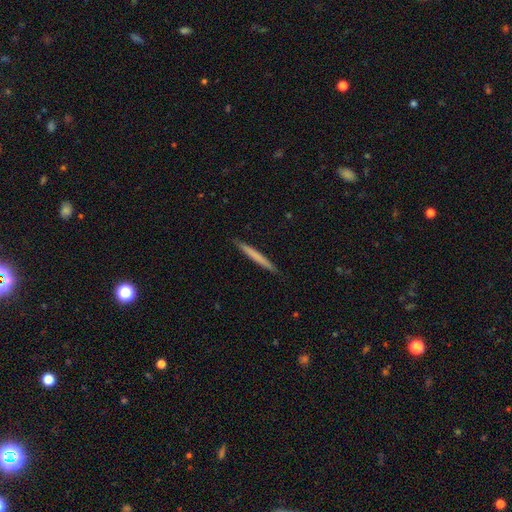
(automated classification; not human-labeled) Morphology: type=smooth (63%); roundness=cigar-shaped (97%); merging=none (92%).